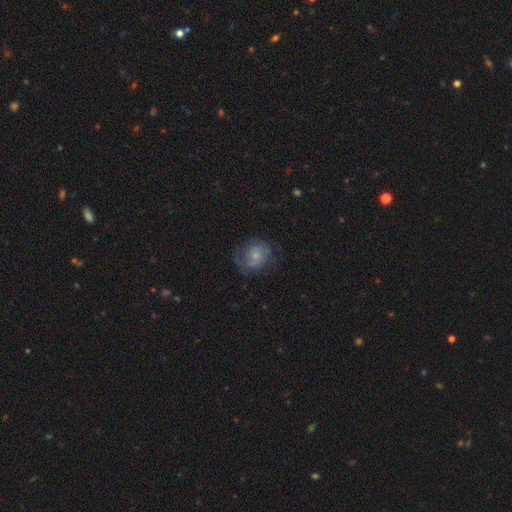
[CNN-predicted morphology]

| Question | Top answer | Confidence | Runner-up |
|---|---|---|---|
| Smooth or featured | featured or disk | 56% | smooth (35%) |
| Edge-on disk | no | 98% | yes (2%) |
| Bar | no | 70% | weak (26%) |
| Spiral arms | yes | 82% | no (18%) |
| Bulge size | small | 60% | moderate (27%) |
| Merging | none | 61% | minor disturbance (23%) |